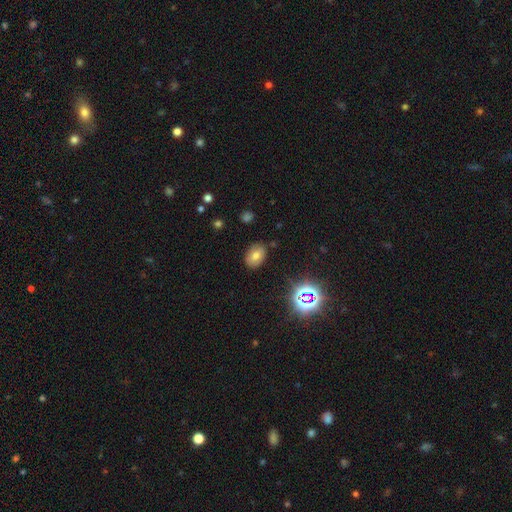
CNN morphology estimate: A smooth galaxy with no disk features (68%) that is in between round and cigar-shaped (77%). Merging: none (84%).